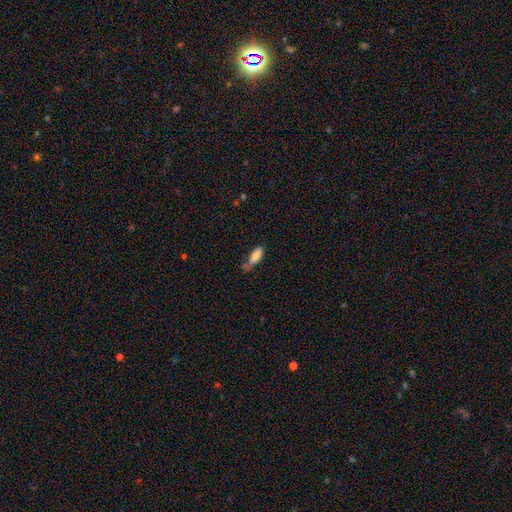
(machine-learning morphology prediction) Smooth or featured?
  - smooth: 83% *
  - featured or disk: 9%
  - star or artifact: 8%
How rounded?
  - in between: 74% *
  - cigar-shaped: 24%
  - round: 2%
Merging?
  - none: 46% *
  - minor disturbance: 24%
  - merger: 21%
  - major disturbance: 9%